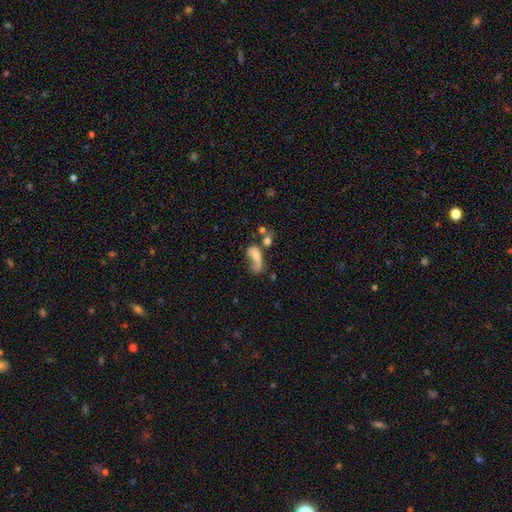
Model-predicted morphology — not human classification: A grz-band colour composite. It shows a smooth galaxy with no disk features (50%) that is in between round and cigar-shaped (75%). Merging: major disturbance (39%).